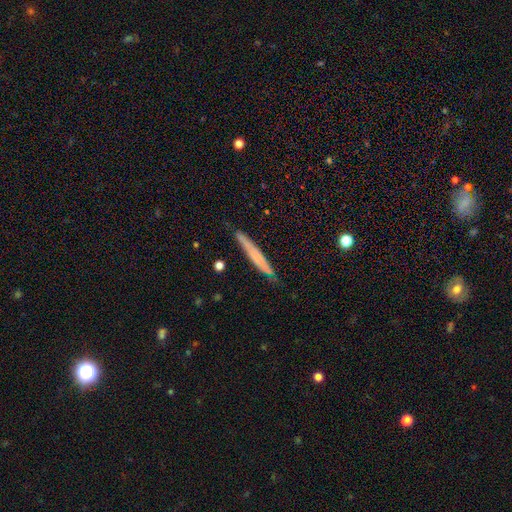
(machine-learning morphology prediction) Smooth or featured: smooth — 58% (featured or disk — 35%)
How rounded: cigar-shaped — 96% (in between — 3%)
Merging: none — 83% (minor disturbance — 14%)